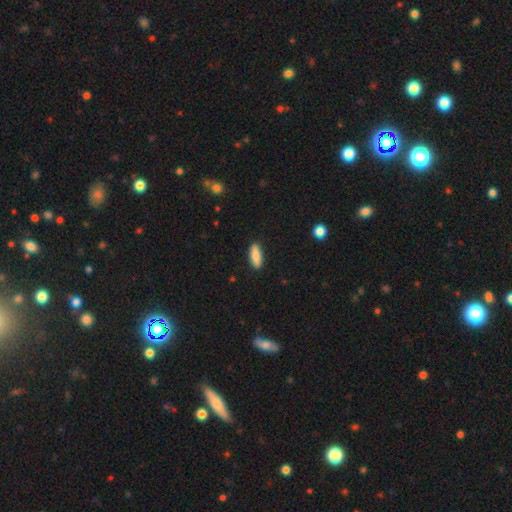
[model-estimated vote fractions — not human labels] This is clearly a smooth galaxy (85%). How rounded: likely in between (67%). Merging: clearly none (89%).